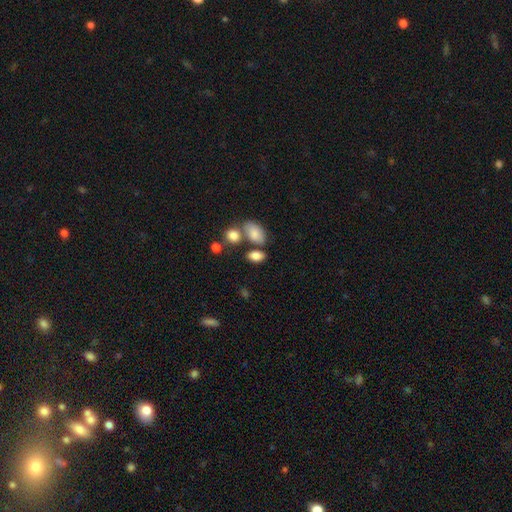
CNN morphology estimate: The model was most divided on "merging": none: 60%, merger: 20%, minor disturbance: 14%, major disturbance: 5%. More confident: how rounded — in between (85%); smooth or featured — smooth (82%).